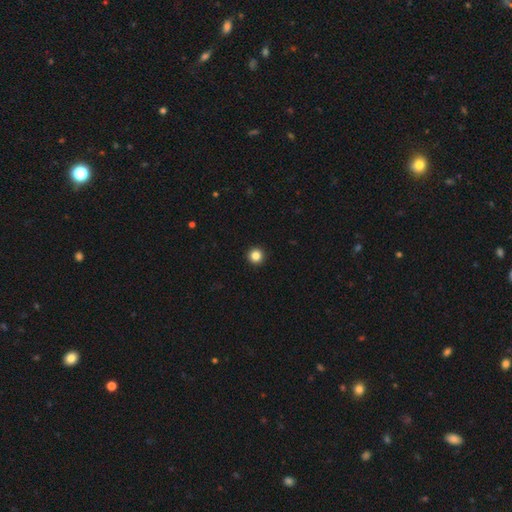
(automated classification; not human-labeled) smooth_or_featured: smooth (p=0.84) [alt: star or artifact p=0.11]
how_rounded: round (p=0.96) [alt: in between p=0.03]
merging: none (p=0.94) [alt: minor disturbance p=0.03]